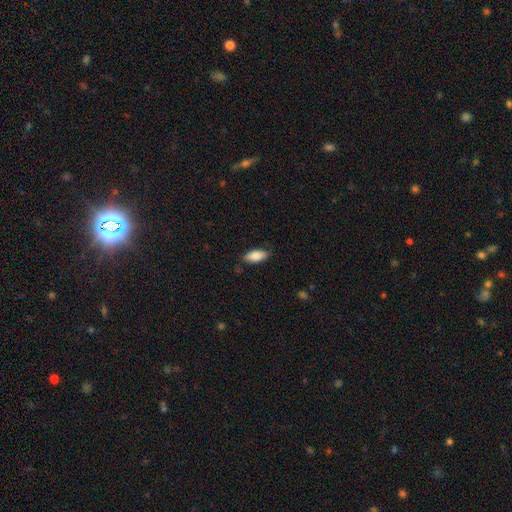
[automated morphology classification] Smooth or featured? Predicted: smooth (p=0.84). How rounded? Predicted: in between (p=0.86). Merging? Predicted: none (p=0.82).